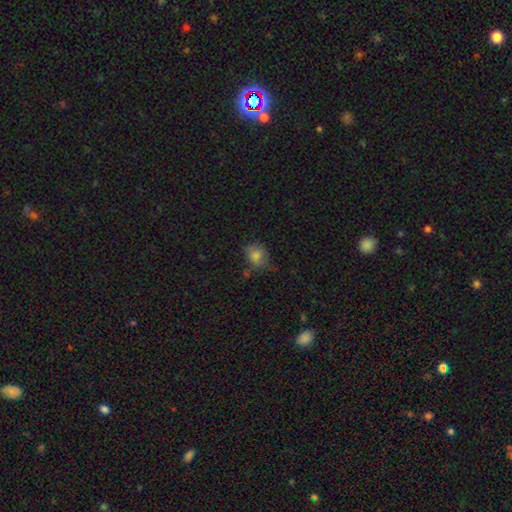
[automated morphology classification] A smooth galaxy with no disk features (77%) that is round (52%).

Vote fractions:
- Smooth or featured? smooth: 77% / star or artifact: 11% / featured or disk: 11%
- How rounded? round: 52% / in between: 47% / cigar-shaped: 1%
- Merging? none: 57% / minor disturbance: 29% / major disturbance: 10% / merger: 4%